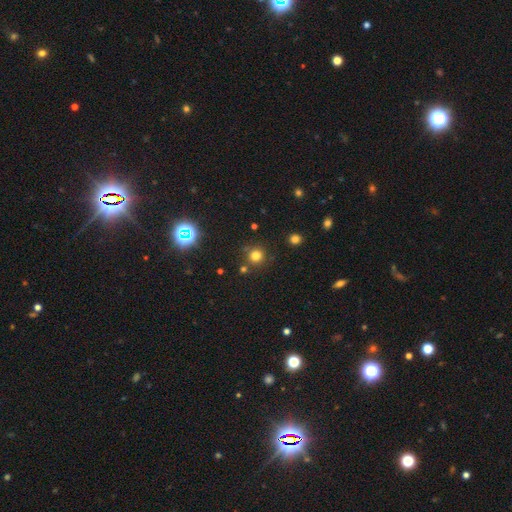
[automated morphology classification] This is likely a smooth galaxy (75%). How rounded: clearly round (93%). Merging: clearly none (82%).